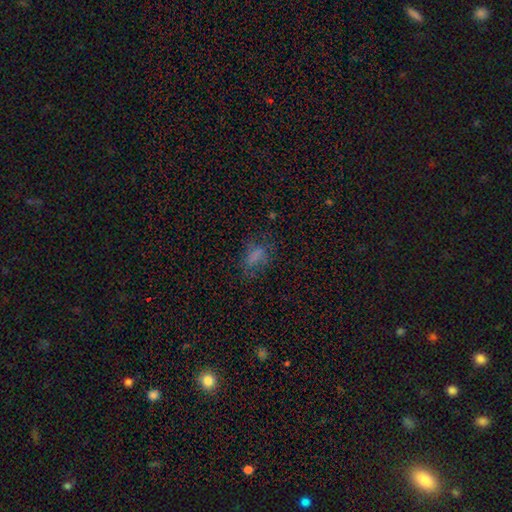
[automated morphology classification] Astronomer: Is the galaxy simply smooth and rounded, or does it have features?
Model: smooth — 66%.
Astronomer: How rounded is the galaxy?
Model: in between — 77%.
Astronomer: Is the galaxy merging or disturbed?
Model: none — 57%.